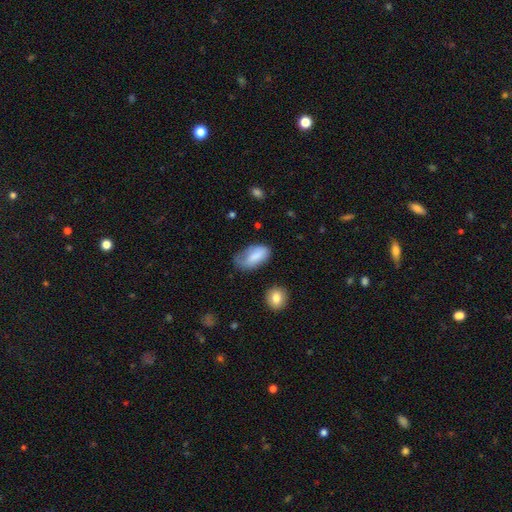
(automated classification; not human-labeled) A smooth galaxy with no disk features (77%) that is in between round and cigar-shaped (93%).

Vote fractions:
- Smooth or featured? smooth: 77% / featured or disk: 16% / star or artifact: 8%
- How rounded? in between: 93% / round: 4% / cigar-shaped: 3%
- Merging? none: 42% / minor disturbance: 38% / major disturbance: 18% / merger: 3%